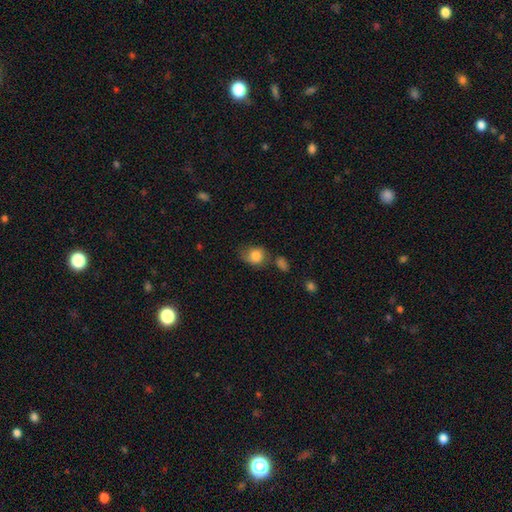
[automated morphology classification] smooth_or_featured: smooth (p=0.80) [alt: featured or disk p=0.12]
how_rounded: round (p=0.54) [alt: in between p=0.45]
merging: none (p=0.49) [alt: minor disturbance p=0.30]